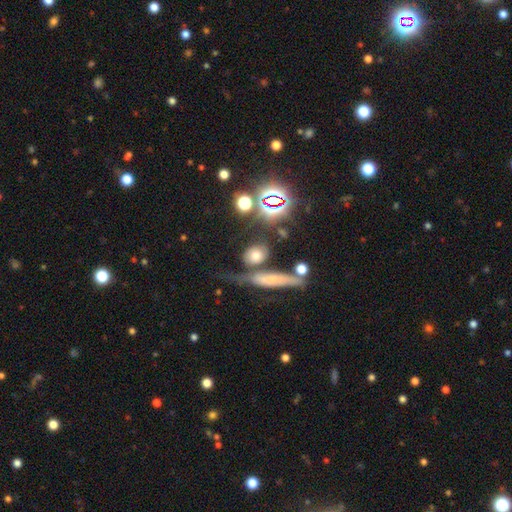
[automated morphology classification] smooth-or-featured: smooth: 65% | featured or disk: 18% | star or artifact: 16%
  how-rounded: round: 49% | in between: 42% | cigar-shaped: 9%
  merging: none: 57% | merger: 16% | minor disturbance: 16% | major disturbance: 10%